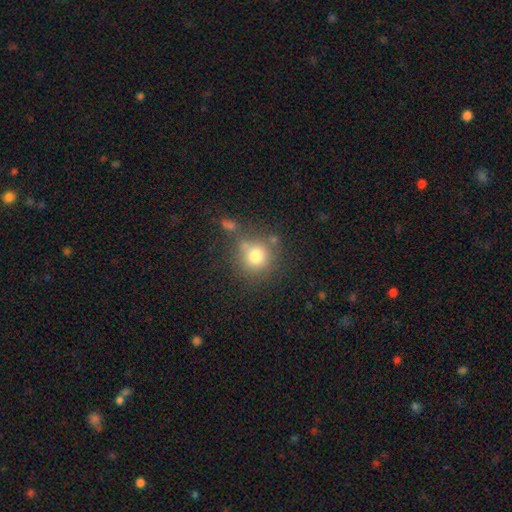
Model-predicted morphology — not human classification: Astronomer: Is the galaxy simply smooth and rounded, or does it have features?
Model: smooth — 76%.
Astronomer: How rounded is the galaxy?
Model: round — 90%.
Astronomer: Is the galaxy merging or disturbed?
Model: none — 67%.